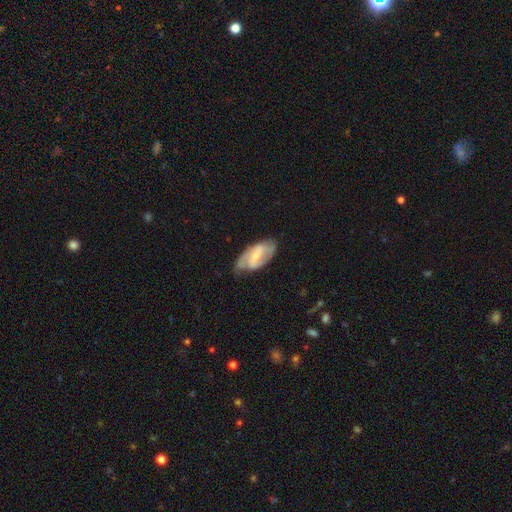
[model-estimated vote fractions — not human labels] Overall: featured or disk (73%). Edge-on disk: no (95%). Bar: weak (45%; strong 38%). Spiral arms: yes (88%). Spiral arm count: 2 (79%). Spiral winding: medium (47%; tight 28%). Bulge size: small (59%; moderate 33%). Merging: none (61%; minor disturbance 28%).